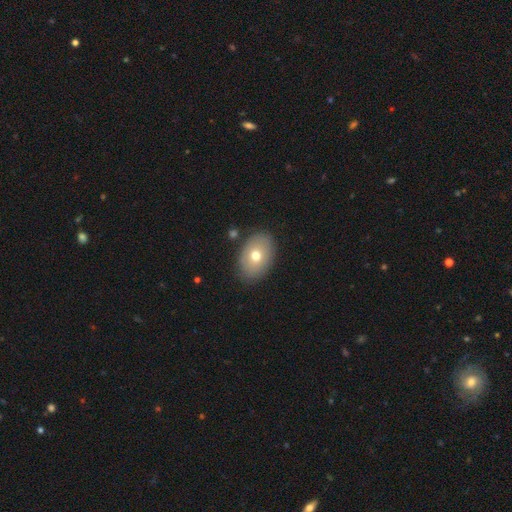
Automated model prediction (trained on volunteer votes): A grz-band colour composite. It shows a smooth galaxy with no disk features (69%) that is in between round and cigar-shaped (81%). Merging: none (85%).